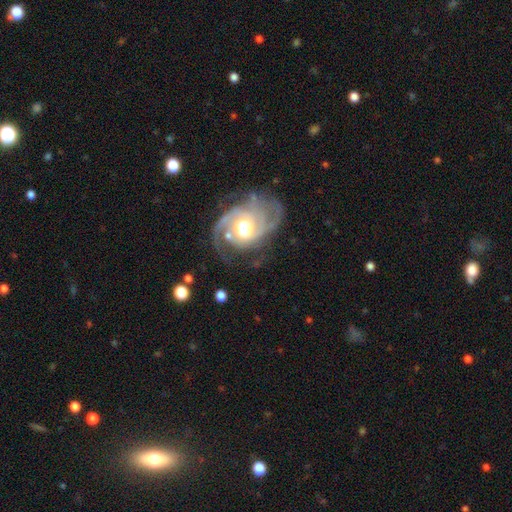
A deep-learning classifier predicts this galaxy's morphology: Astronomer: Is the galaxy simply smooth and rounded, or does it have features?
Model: featured or disk — 84%.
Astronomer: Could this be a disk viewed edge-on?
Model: no — 97%.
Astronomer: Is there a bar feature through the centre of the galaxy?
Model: no — 71%.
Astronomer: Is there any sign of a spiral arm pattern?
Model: yes — 94%.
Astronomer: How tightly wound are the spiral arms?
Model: tight — 57% (runner-up: medium, 34%).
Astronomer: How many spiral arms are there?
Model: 3 — 26% (runner-up: 2, 25%).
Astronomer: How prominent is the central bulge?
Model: moderate — 62%.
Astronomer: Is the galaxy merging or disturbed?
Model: none — 71%.